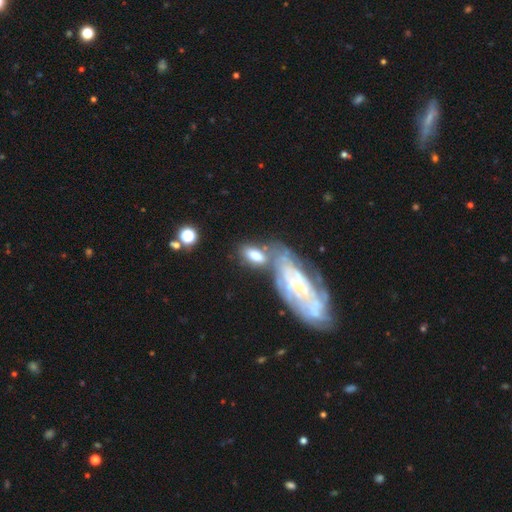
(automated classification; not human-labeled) This is likely a smooth galaxy (61%). How rounded: clearly in between (87%). Merging: marginally none (43%).